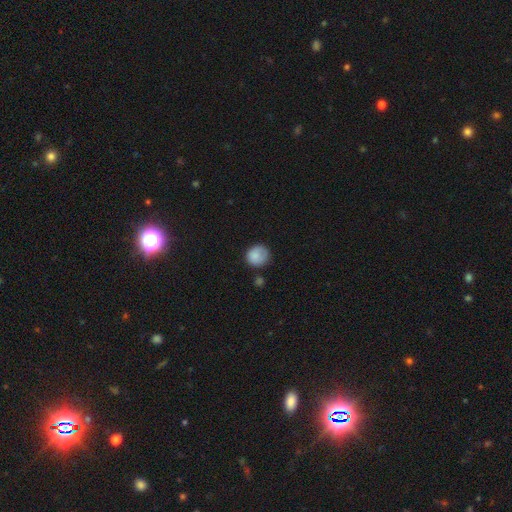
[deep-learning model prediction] The model was most divided on "merging": none: 66%, minor disturbance: 23%, major disturbance: 6%, merger: 4%. More confident: how rounded — round (85%); smooth or featured — smooth (84%).